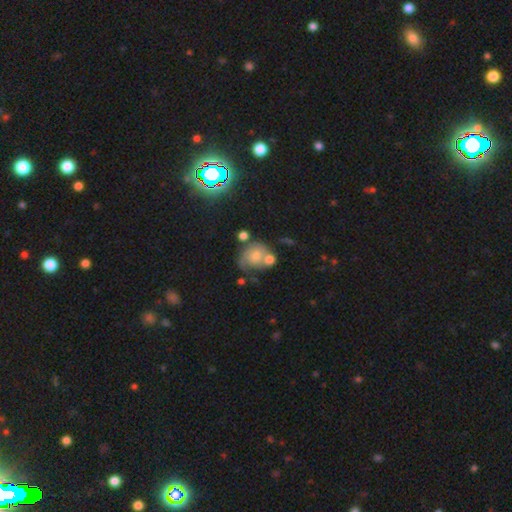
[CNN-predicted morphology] smooth 50%, featured or disk 37%, star or artifact 14%. Down the decision tree: merging — none (37%).